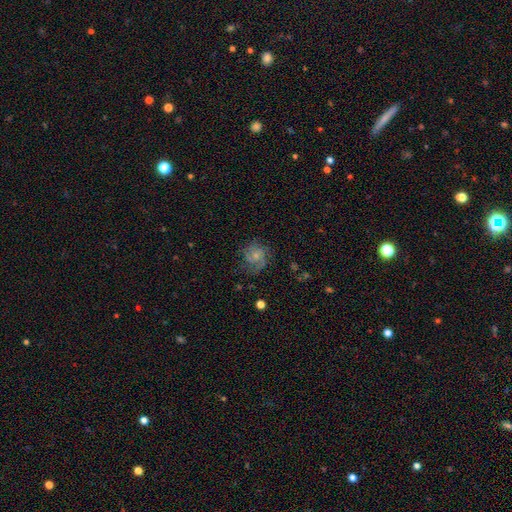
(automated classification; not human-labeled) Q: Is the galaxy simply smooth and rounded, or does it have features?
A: featured or disk — 54%.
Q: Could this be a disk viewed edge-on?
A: no — 97%.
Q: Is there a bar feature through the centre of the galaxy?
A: no — 79%.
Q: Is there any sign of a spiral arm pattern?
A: yes — 83%.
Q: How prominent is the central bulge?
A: small — 61%.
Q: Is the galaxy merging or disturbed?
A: none — 56%.